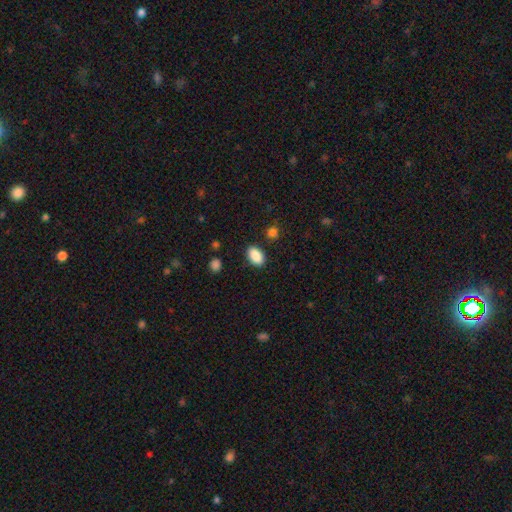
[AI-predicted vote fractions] smooth_or_featured: smooth (p=0.89) [alt: star or artifact p=0.07]
how_rounded: in between (p=0.90) [alt: round p=0.08]
merging: none (p=0.86) [alt: minor disturbance p=0.09]